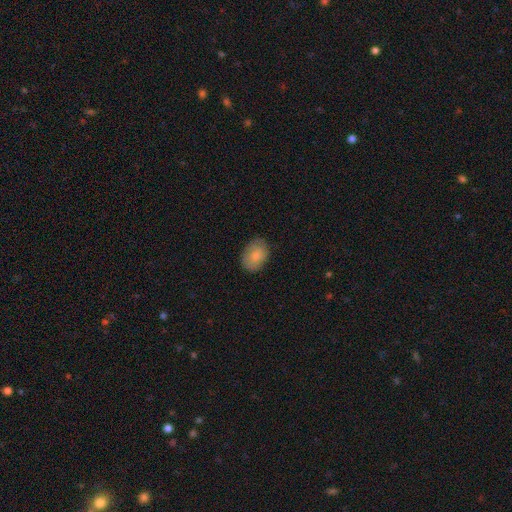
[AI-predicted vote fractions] smooth_or_featured: smooth (p=0.76) [alt: featured or disk p=0.18]
how_rounded: in between (p=0.74) [alt: round p=0.25]
merging: none (p=0.79) [alt: minor disturbance p=0.17]